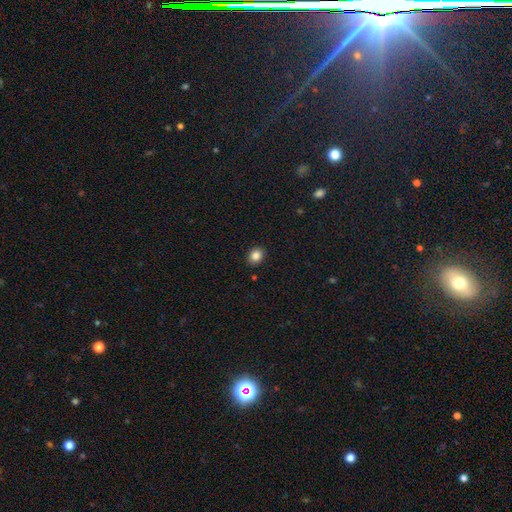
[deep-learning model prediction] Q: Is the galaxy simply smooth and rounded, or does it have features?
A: smooth — 85%.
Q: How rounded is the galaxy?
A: round — 55%.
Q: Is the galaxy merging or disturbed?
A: none — 90%.